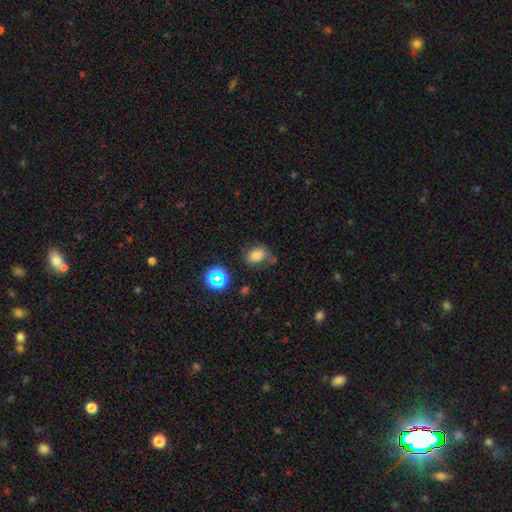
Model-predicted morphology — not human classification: A smooth galaxy with no disk features (72%) that is in between round and cigar-shaped (57%). Merging: none (47%).